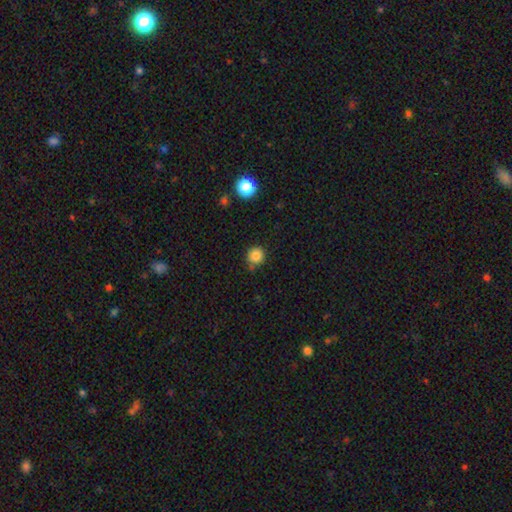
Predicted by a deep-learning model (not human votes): Smooth or featured?
  - smooth: 84% *
  - star or artifact: 11%
  - featured or disk: 4%
How rounded?
  - round: 93% *
  - in between: 6%
  - cigar-shaped: 1%
Merging?
  - none: 75% *
  - minor disturbance: 18%
  - merger: 4%
  - major disturbance: 3%